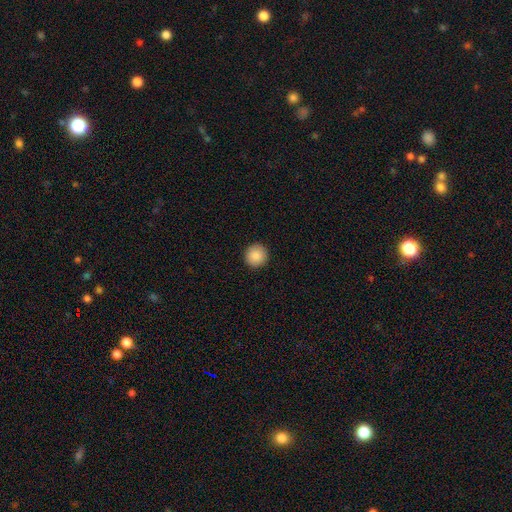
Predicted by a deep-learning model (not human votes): The model was most divided on "smooth or featured": smooth: 89%, star or artifact: 8%, featured or disk: 3%. More confident: how rounded — round (94%); merging — none (93%).